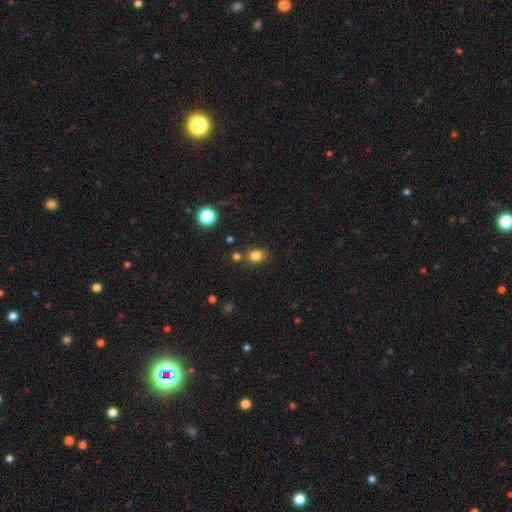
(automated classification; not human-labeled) A smooth galaxy with no disk features (81%) that is round (58%). Merging: none (75%).